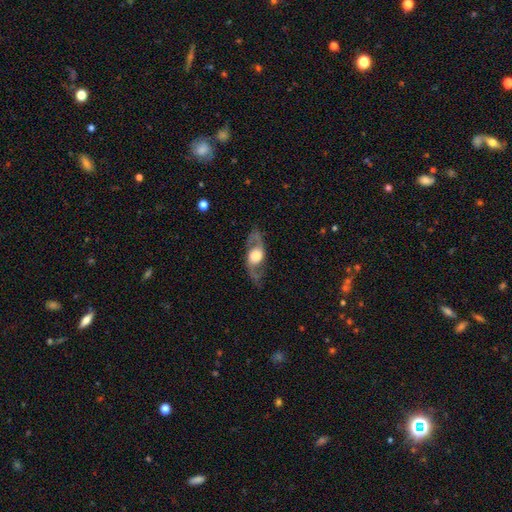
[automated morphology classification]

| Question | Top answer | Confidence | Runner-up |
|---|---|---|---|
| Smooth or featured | featured or disk | 80% | smooth (15%) |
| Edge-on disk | no | 85% | yes (15%) |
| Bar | no | 69% | weak (24%) |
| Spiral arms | yes | 85% | no (15%) |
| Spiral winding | loose | 51% | medium (40%) |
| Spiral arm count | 2 | 92% | can't tell (3%) |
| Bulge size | large | 46% | moderate (41%) |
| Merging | none | 78% | minor disturbance (12%) |